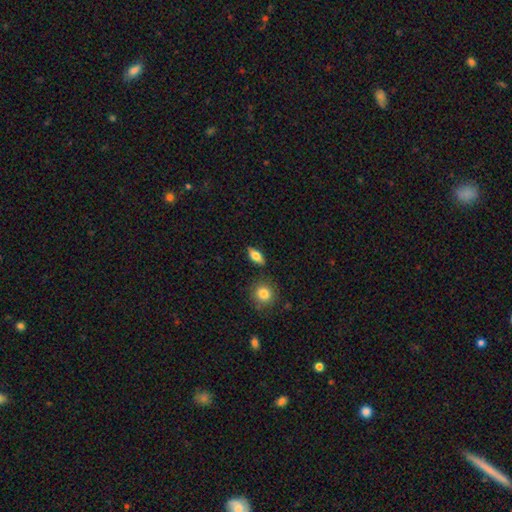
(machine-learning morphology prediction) The model was most divided on "smooth or featured": smooth: 71%, featured or disk: 21%, star or artifact: 8%. More confident: merging — none (85%); how rounded — in between (80%).